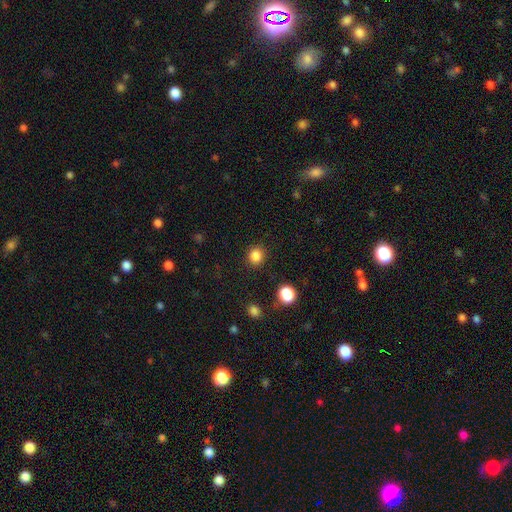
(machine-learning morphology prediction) Overall: smooth (85%). How rounded: round (85%). Merging: none (90%).